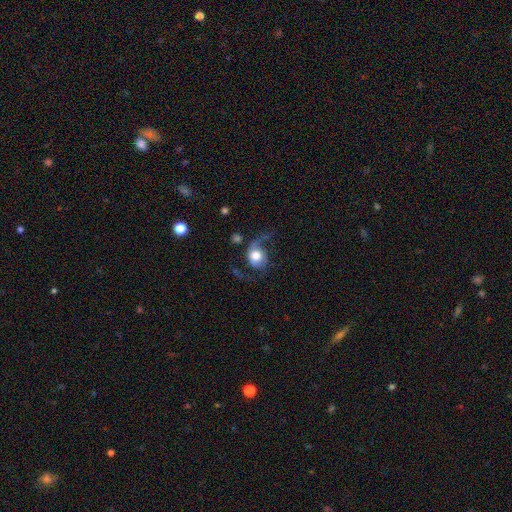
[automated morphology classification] Smooth or featured? Predicted: featured or disk (p=0.47). Merging? Predicted: major disturbance (p=0.39).